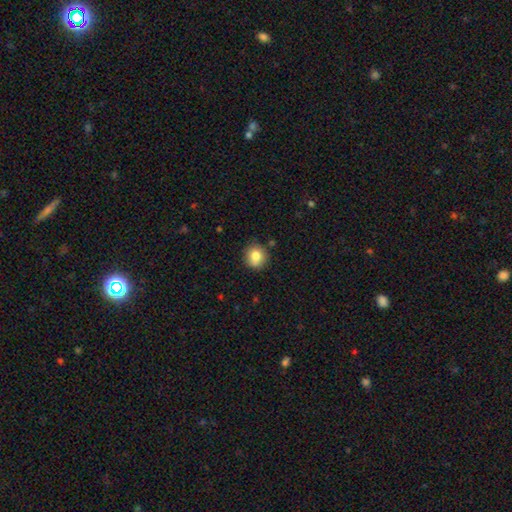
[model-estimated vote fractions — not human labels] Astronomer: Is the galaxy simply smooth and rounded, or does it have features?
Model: smooth — 80%.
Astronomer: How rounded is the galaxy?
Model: round — 87%.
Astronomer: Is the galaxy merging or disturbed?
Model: none — 81%.